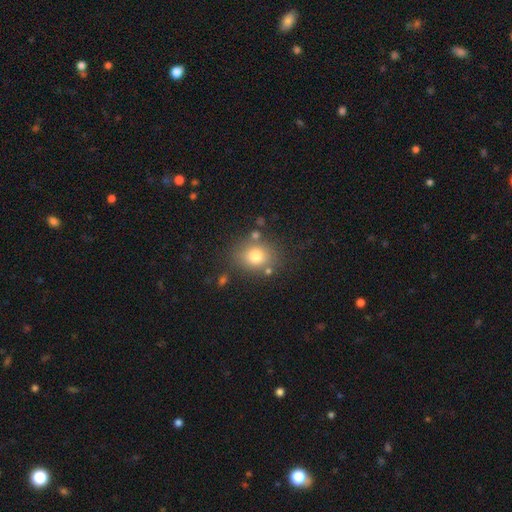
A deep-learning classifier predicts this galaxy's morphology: This is likely a smooth galaxy (76%). How rounded: likely round (61%). Merging: likely none (75%).